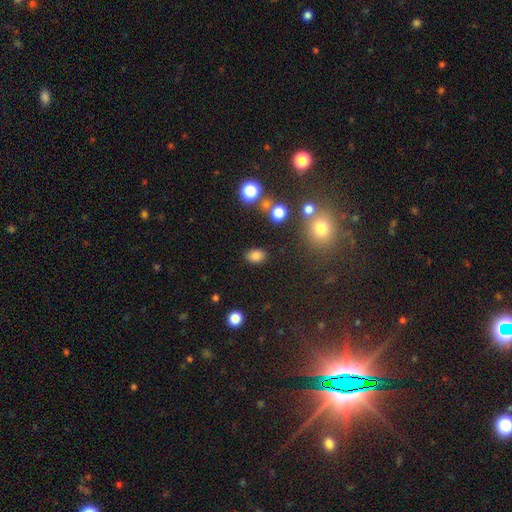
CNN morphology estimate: Q: Smooth or featured?
A: smooth (81%); runner-up: star or artifact (13%)
Q: How rounded?
A: in between (77%); runner-up: round (21%)
Q: Merging?
A: none (82%); runner-up: minor disturbance (11%)